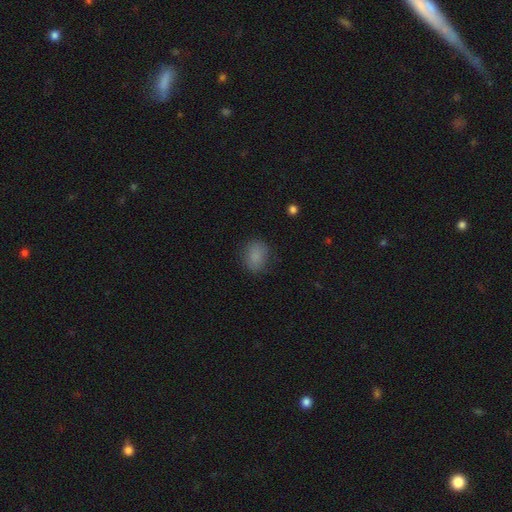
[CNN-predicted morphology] type=smooth (84%); roundness=in between (54%); merging=none (79%).